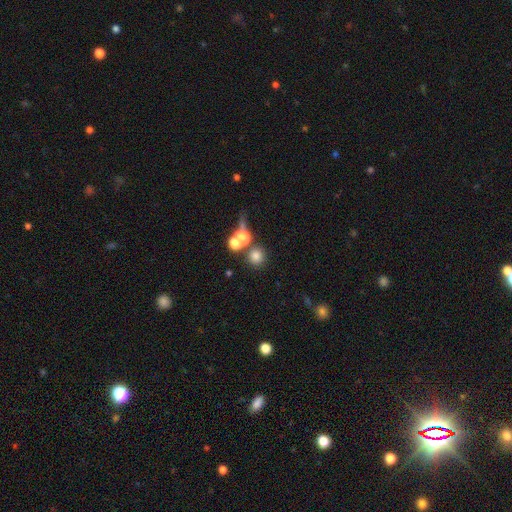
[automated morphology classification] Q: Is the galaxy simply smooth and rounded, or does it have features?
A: smooth — 73%.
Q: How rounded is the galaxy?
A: round — 91%.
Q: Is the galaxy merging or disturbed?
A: none — 61%.